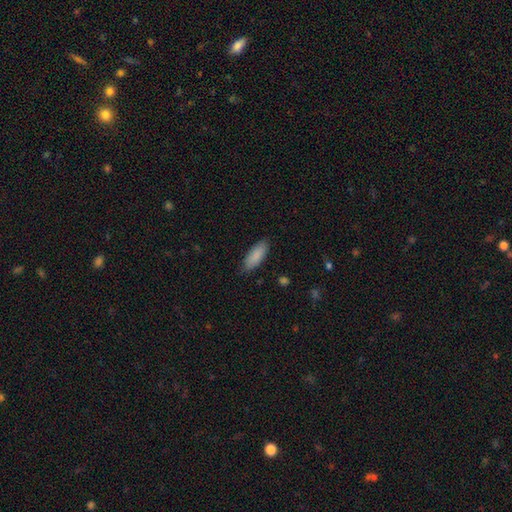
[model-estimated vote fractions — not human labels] A smooth galaxy with no disk features (88%) that is in between round and cigar-shaped (74%).

Vote fractions:
- Smooth or featured? smooth: 88% / featured or disk: 6% / star or artifact: 6%
- How rounded? in between: 74% / cigar-shaped: 25% / round: 2%
- Merging? none: 82% / minor disturbance: 14% / major disturbance: 2% / merger: 1%